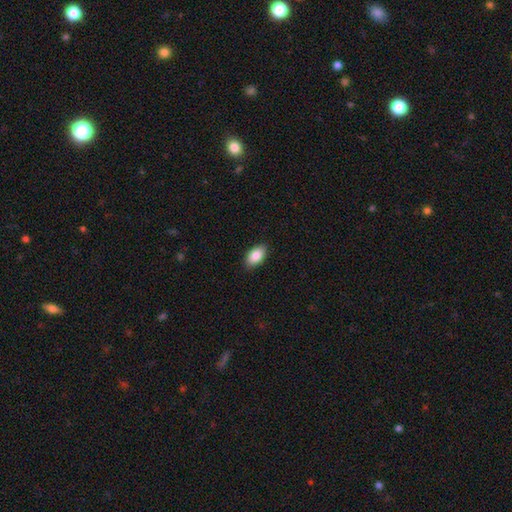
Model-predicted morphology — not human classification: This appears to be a smooth galaxy with no disk features (87%) that is in between round and cigar-shaped (94%). Merging: none (89%).